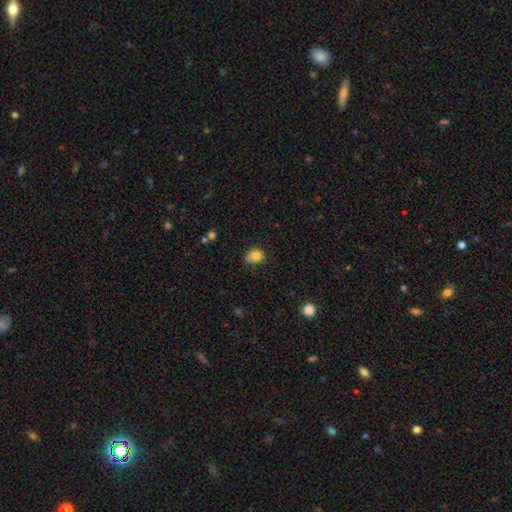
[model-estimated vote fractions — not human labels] smooth 81%, star or artifact 11%, featured or disk 7%. Down the decision tree: how rounded — round (71%); merging — none (56%).